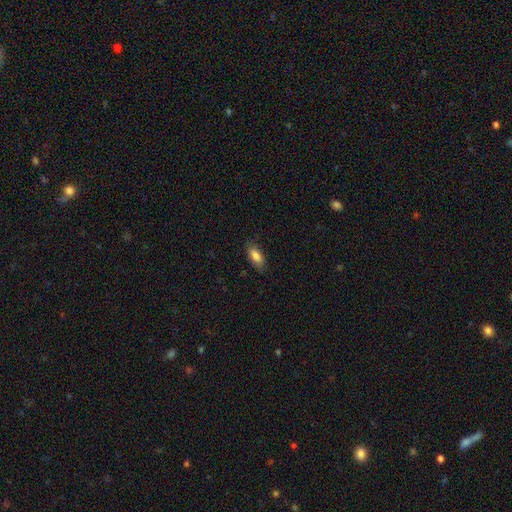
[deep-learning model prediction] Smooth or featured? smooth (85%)
How rounded? in between (82%)
Merging? none (82%)